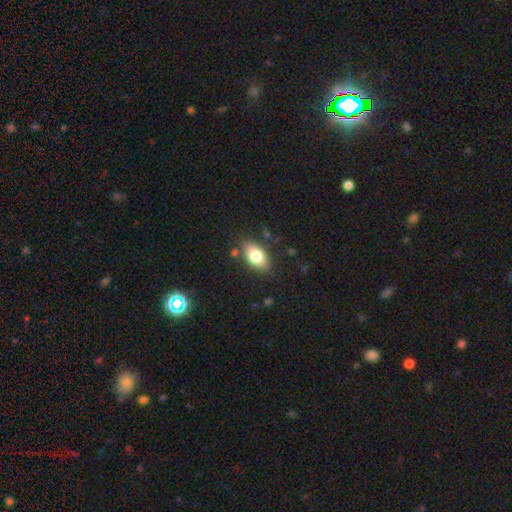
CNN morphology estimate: This appears to be a smooth galaxy with no disk features (79%) that is in between round and cigar-shaped (90%). Merging: none (81%).